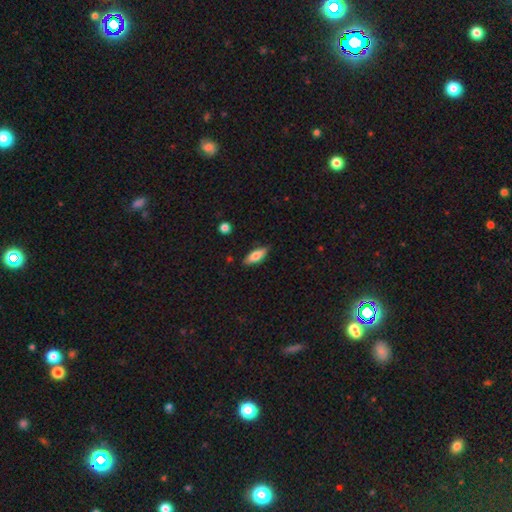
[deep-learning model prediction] Morphology: type=smooth (74%); roundness=in between (71%); merging=none (83%).